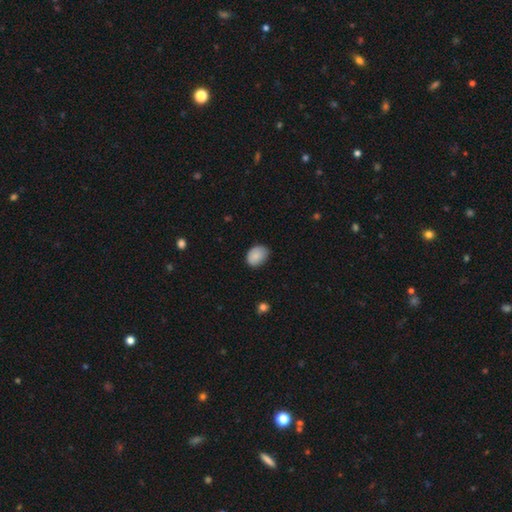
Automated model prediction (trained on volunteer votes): This is clearly a smooth galaxy (87%). How rounded: likely in between (71%). Merging: likely none (73%).